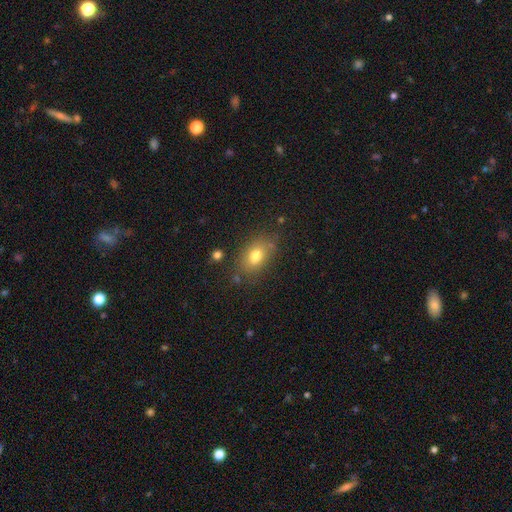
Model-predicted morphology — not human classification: Smooth or featured?
  - smooth: 77% *
  - featured or disk: 13%
  - star or artifact: 11%
How rounded?
  - in between: 80% *
  - round: 18%
  - cigar-shaped: 2%
Merging?
  - none: 76% *
  - minor disturbance: 15%
  - major disturbance: 5%
  - merger: 4%